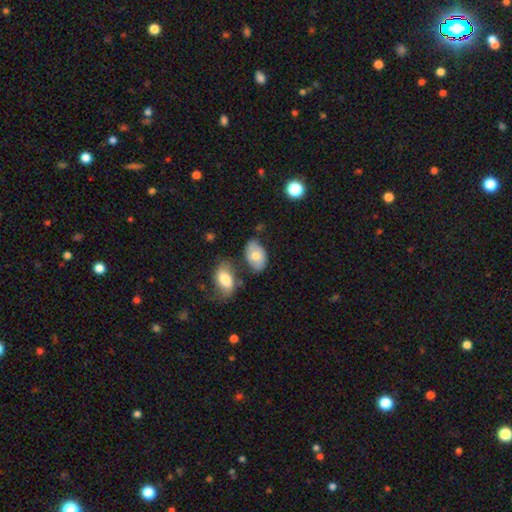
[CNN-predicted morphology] Smooth or featured: smooth — 68% (featured or disk — 25%)
How rounded: in between — 90% (round — 9%)
Merging: none — 56% (minor disturbance — 23%)